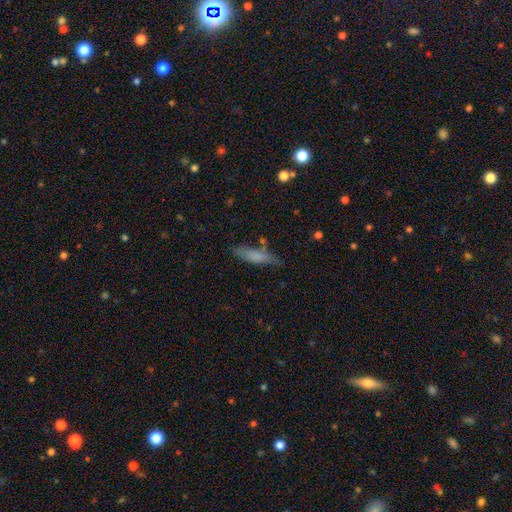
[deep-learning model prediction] Q: Smooth or featured?
A: smooth (75%); runner-up: featured or disk (18%)
Q: How rounded?
A: cigar-shaped (69%); runner-up: in between (29%)
Q: Merging?
A: none (71%); runner-up: minor disturbance (20%)